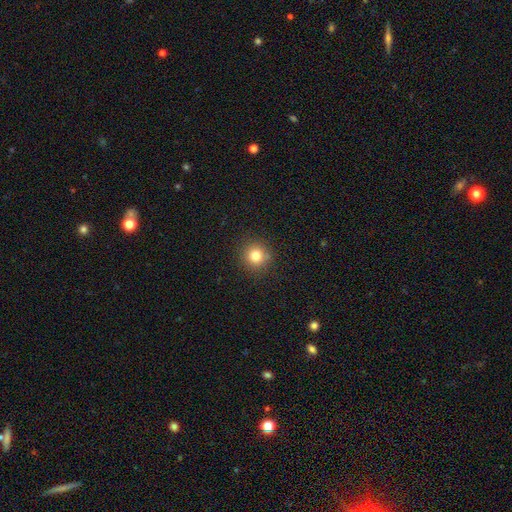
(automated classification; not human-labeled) Overall: smooth (80%). How rounded: round (94%). Merging: none (90%).